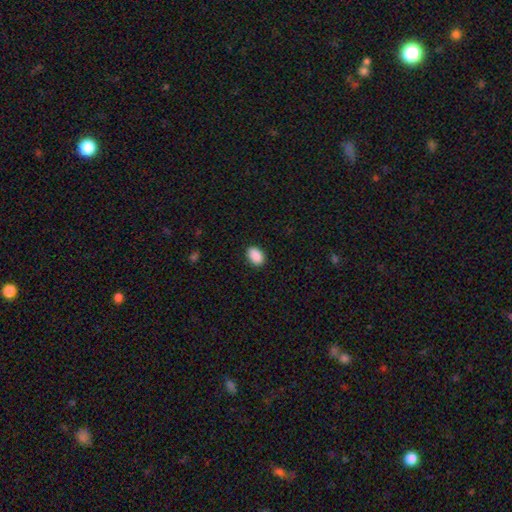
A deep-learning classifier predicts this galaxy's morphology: smooth-or-featured: smooth: 90% | star or artifact: 7% | featured or disk: 2%
  how-rounded: in between: 85% | round: 14% | cigar-shaped: 1%
  merging: none: 89% | minor disturbance: 8% | major disturbance: 2% | merger: 1%